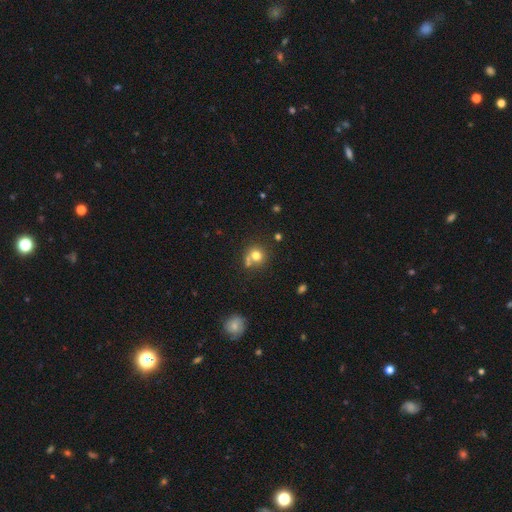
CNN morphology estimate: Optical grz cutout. It shows a smooth galaxy with no disk features (75%) that is round (87%). Merging: none (58%).